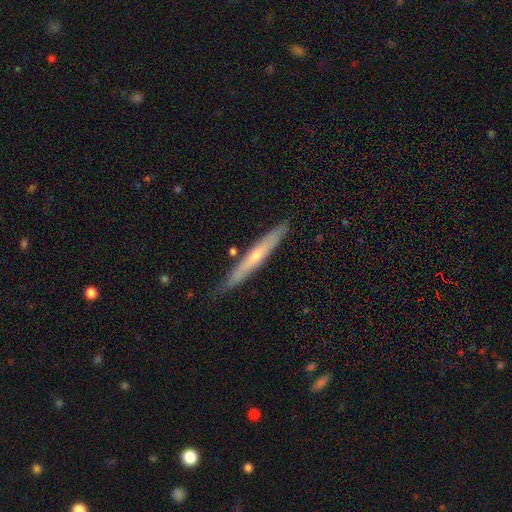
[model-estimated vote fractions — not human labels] Smooth or featured? featured or disk (57%)
Edge-on disk? yes (92%)
Edge-on bulge? rounded (59%)
Merging? none (83%)